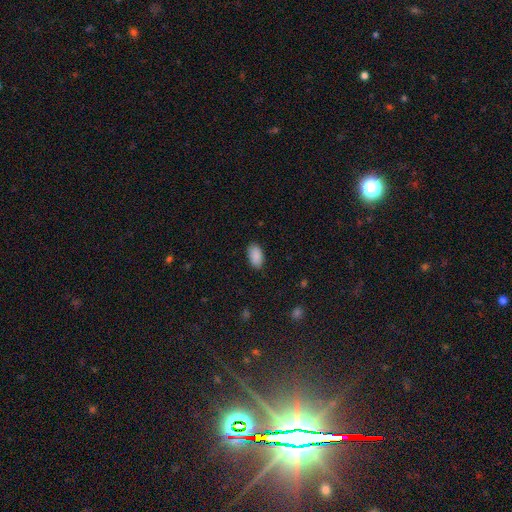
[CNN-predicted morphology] Smooth or featured?
  - smooth: 90% *
  - star or artifact: 7%
  - featured or disk: 3%
How rounded?
  - in between: 94% *
  - round: 4%
  - cigar-shaped: 2%
Merging?
  - none: 85% *
  - minor disturbance: 11%
  - major disturbance: 3%
  - merger: 1%